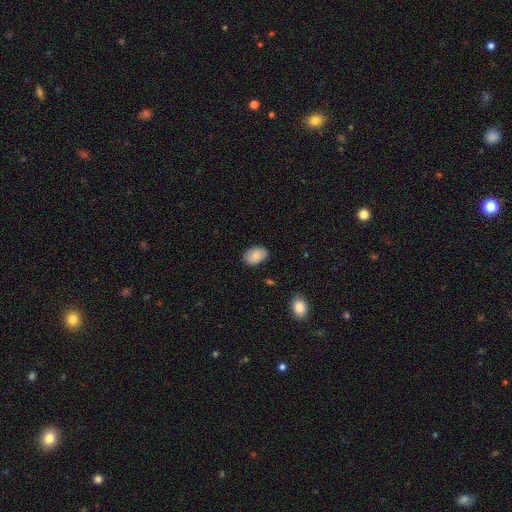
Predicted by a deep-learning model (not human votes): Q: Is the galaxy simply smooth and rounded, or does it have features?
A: smooth — 88%.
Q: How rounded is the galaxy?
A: in between — 87%.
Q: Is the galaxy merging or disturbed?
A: none — 85%.